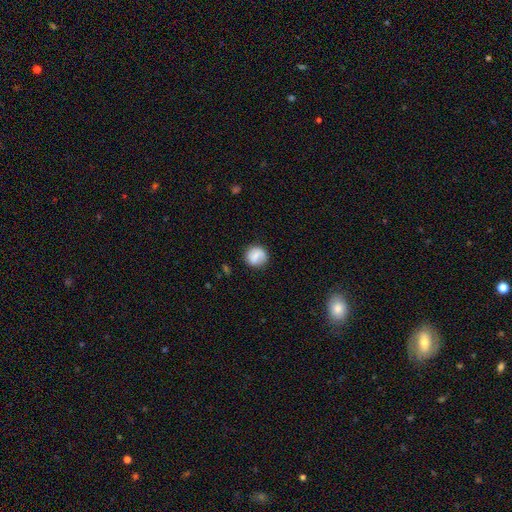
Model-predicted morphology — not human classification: smooth-or-featured: smooth: 71% | featured or disk: 21% | star or artifact: 8%
  how-rounded: round: 89% | in between: 10% | cigar-shaped: 1%
  merging: none: 81% | minor disturbance: 13% | major disturbance: 4% | merger: 2%